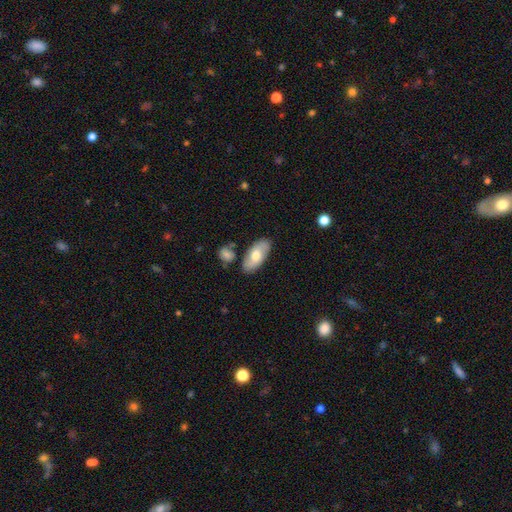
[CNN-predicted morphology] Smooth or featured: smooth — 60% (featured or disk — 34%)
How rounded: in between — 91% (cigar-shaped — 6%)
Merging: none — 78% (minor disturbance — 13%)